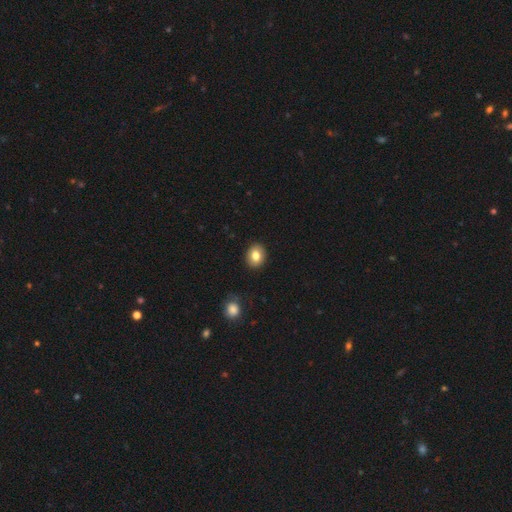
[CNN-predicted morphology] Smooth or featured?
  - smooth: 81% *
  - featured or disk: 10%
  - star or artifact: 9%
How rounded?
  - round: 59% *
  - in between: 40%
  - cigar-shaped: 1%
Merging?
  - none: 90% *
  - minor disturbance: 7%
  - major disturbance: 2%
  - merger: 1%